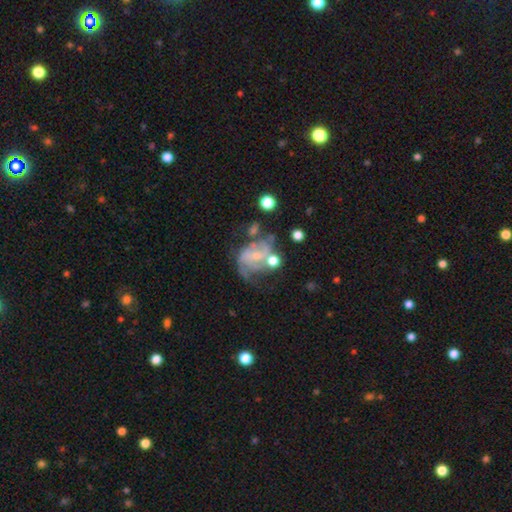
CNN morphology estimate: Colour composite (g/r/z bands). It shows a featured or disk galaxy (75%) with no bar (47%), 2 (56%) medium (46%) spiral arms (86%) and a small central bulge (63%). Merging: none (37%).